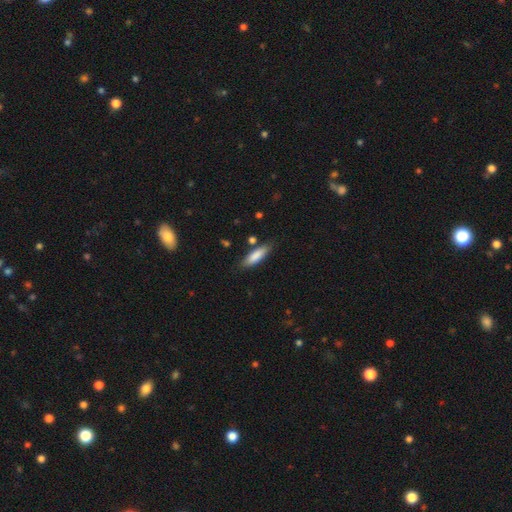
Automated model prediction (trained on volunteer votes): smooth_or_featured: smooth (p=0.83) [alt: featured or disk p=0.11]
how_rounded: cigar-shaped (p=0.52) [alt: in between p=0.46]
merging: none (p=0.78) [alt: minor disturbance p=0.15]